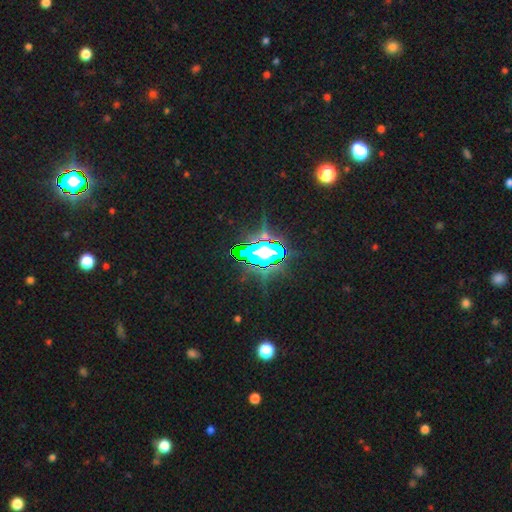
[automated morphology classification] Q: Smooth or featured?
A: star or artifact (79%); runner-up: smooth (12%)